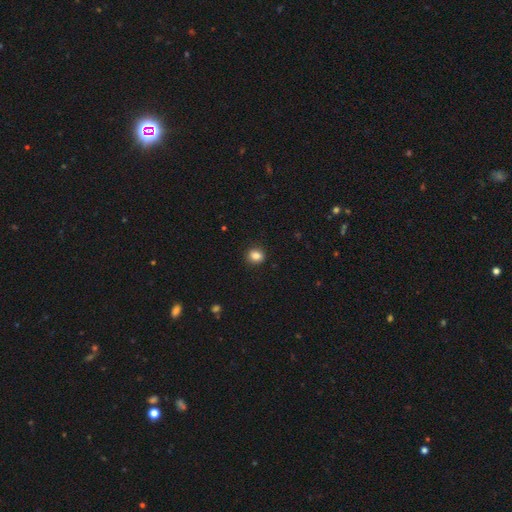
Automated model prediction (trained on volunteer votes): This is clearly a smooth galaxy (86%). How rounded: possibly round (57%). Merging: clearly none (88%).